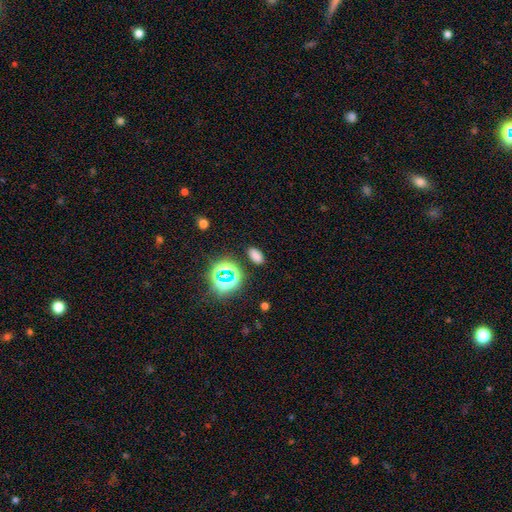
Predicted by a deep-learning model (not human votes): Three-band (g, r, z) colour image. It shows a smooth galaxy with no disk features (72%) that is in between round and cigar-shaped (88%). Merging: none (87%).